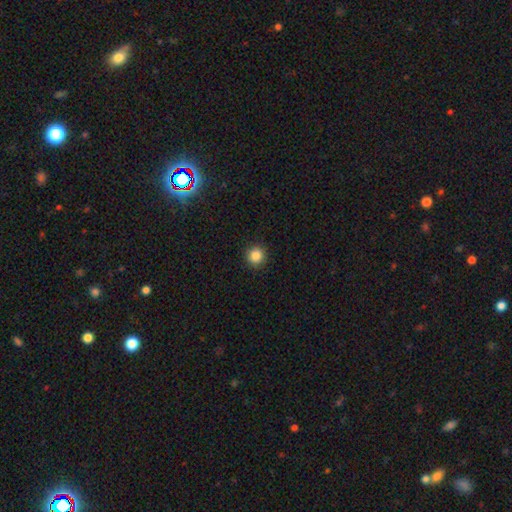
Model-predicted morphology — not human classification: Overall: smooth (86%). How rounded: round (94%). Merging: none (92%).